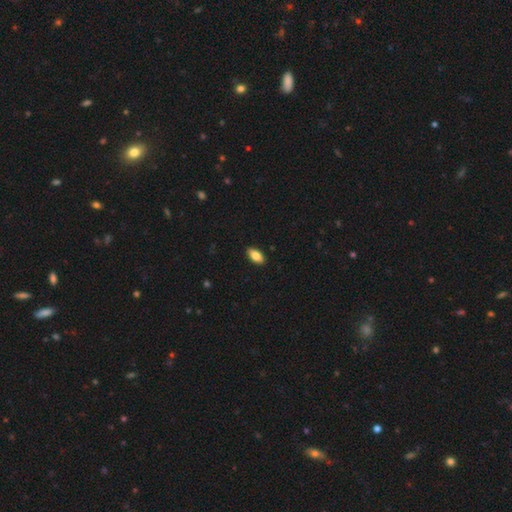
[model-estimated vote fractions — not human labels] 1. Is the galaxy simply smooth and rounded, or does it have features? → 83% smooth, 10% featured or disk, 7% star or artifact.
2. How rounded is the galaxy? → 91% in between, 6% cigar-shaped, 3% round.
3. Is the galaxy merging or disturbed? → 90% none, 7% minor disturbance, 2% major disturbance, 1% merger.